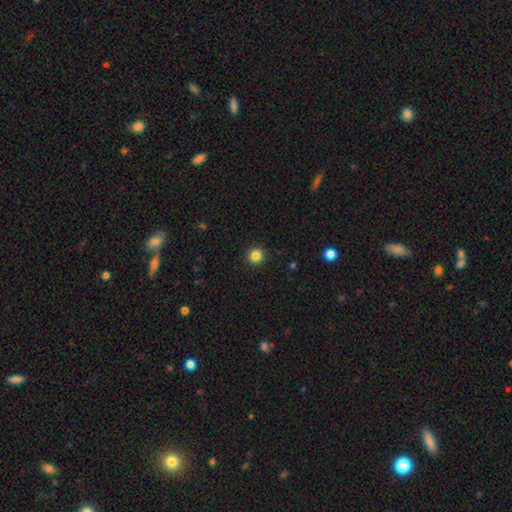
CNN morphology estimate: Overall: smooth (85%). How rounded: round (95%). Merging: none (93%).